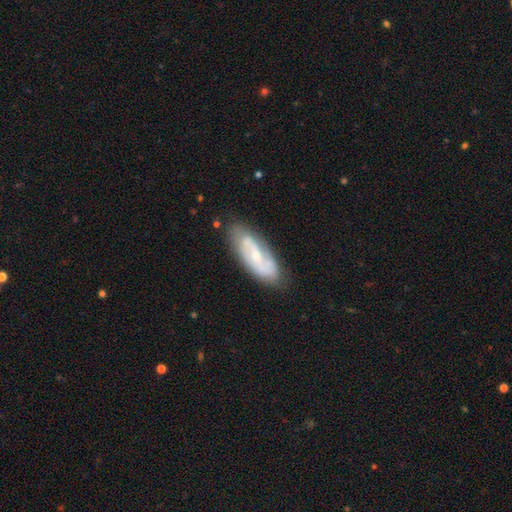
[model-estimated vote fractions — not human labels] Overall: featured or disk (71%). Edge-on disk: no (89%). Bar: weak (43%; no 36%). Spiral arms: yes (82%). Spiral arm count: 2 (71%). Spiral winding: medium (42%; tight 33%). Bulge size: small (62%; moderate 32%). Merging: none (80%).